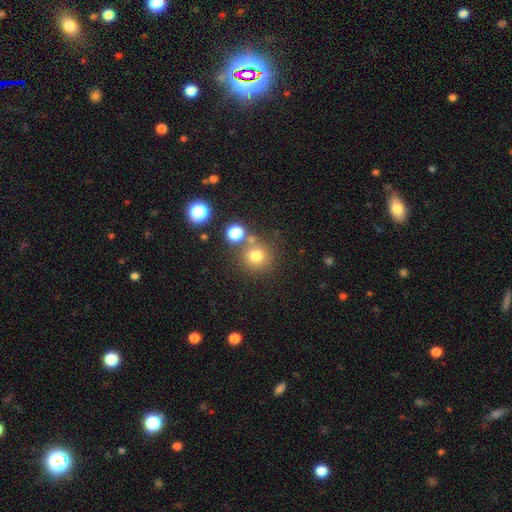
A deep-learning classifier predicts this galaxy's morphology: This is likely a smooth galaxy (75%). How rounded: clearly round (93%). Merging: likely none (73%).